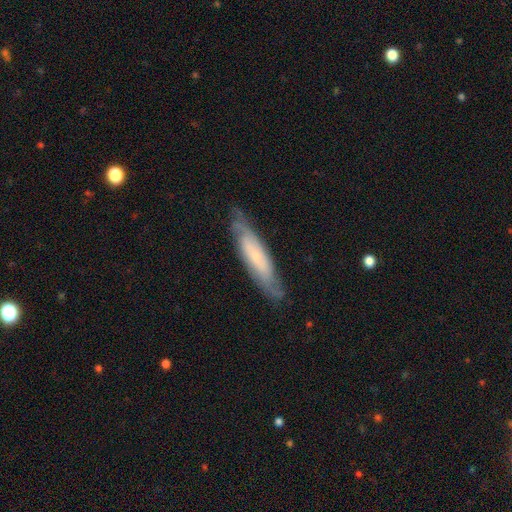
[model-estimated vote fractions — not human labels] Morphology: type=featured or disk (62%); edge-on=no (61%); merging=none (77%).